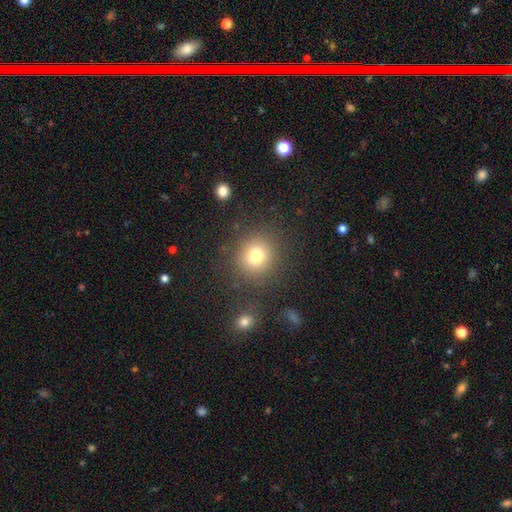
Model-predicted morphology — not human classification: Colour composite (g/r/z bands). It shows a smooth galaxy with no disk features (77%) that is round (89%). Merging: none (85%).